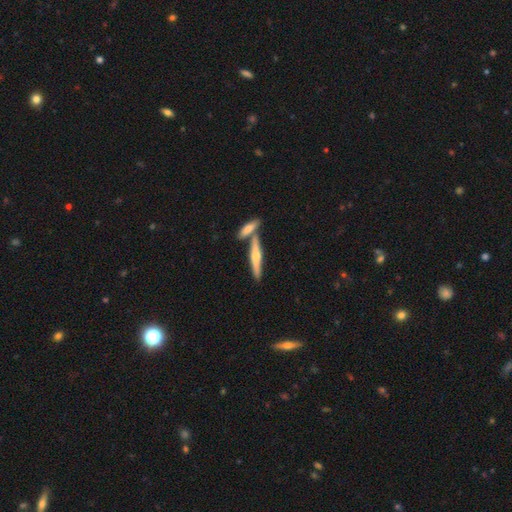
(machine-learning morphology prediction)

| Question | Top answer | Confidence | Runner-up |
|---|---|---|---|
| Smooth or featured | featured or disk | 59% | smooth (35%) |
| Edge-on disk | yes | 95% | no (5%) |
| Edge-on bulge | rounded | 85% | none (8%) |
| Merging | none | 69% | merger (21%) |